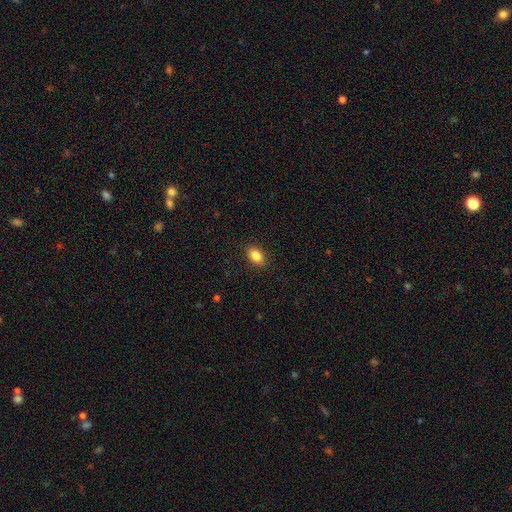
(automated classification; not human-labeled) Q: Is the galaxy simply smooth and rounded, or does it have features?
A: smooth — 85%.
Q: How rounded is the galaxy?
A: in between — 85%.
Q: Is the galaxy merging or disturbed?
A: none — 88%.